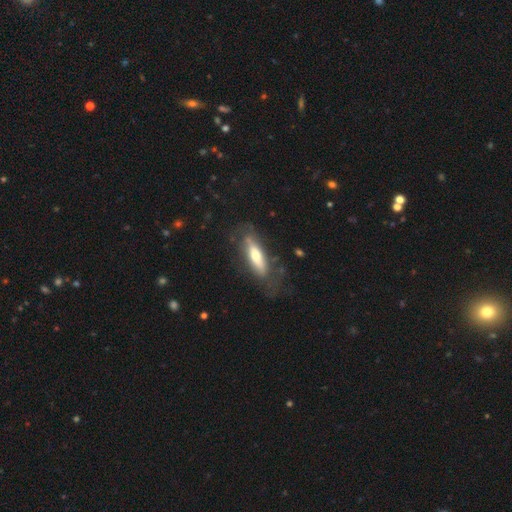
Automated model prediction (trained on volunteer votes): Overall: smooth (50%; featured or disk 44%). Merging: none (62%).